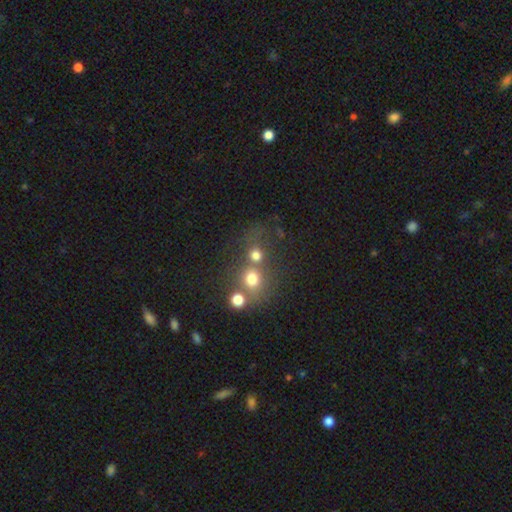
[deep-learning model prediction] Smooth or featured? smooth (69%)
How rounded? round (82%)
Merging? none (46%)